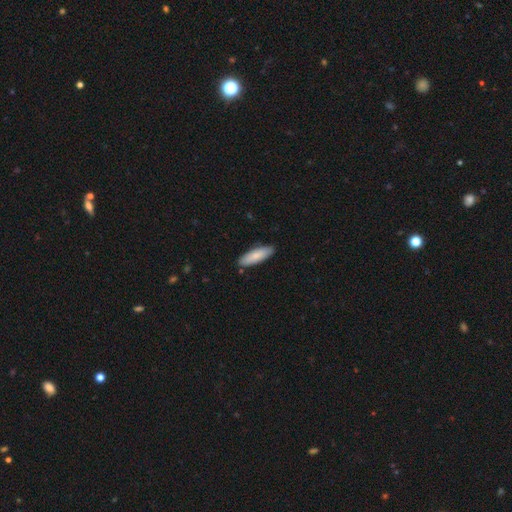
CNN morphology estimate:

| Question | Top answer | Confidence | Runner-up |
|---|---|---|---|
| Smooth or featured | smooth | 83% | featured or disk (12%) |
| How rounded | in between | 51% | cigar-shaped (48%) |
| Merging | none | 87% | minor disturbance (10%) |